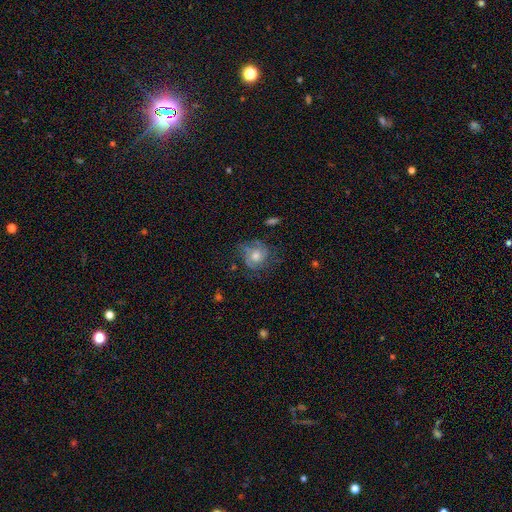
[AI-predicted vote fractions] featured or disk 52%, smooth 36%, star or artifact 13%. Down the decision tree: edge-on disk — no (97%); bar — no (81%); spiral arms — yes (76%); bulge size — moderate (66%); merging — none (64%).